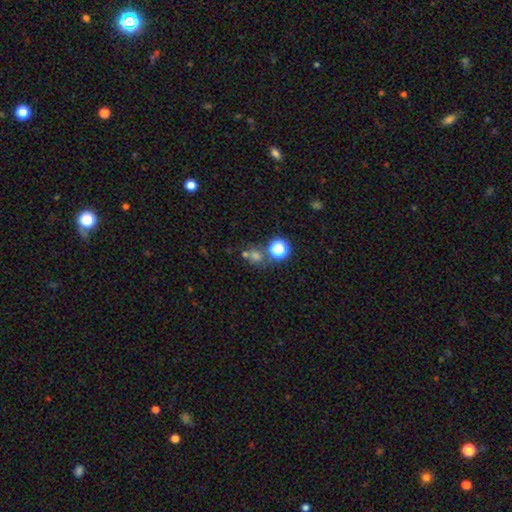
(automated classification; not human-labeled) Smooth or featured: smooth — 57% (star or artifact — 32%)
How rounded: round — 79% (in between — 20%)
Merging: none — 54% (merger — 31%)